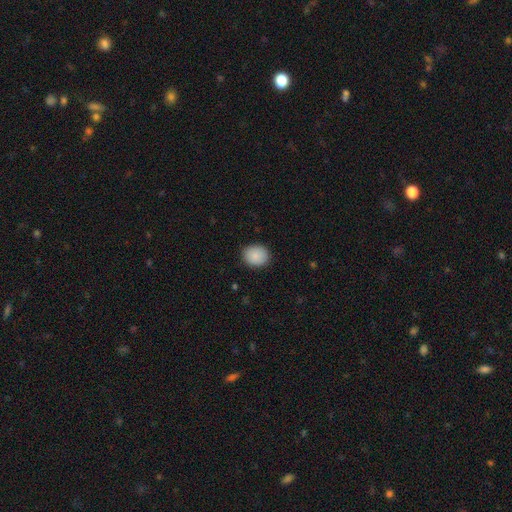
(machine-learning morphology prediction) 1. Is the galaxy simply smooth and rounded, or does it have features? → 89% smooth, 7% star or artifact, 4% featured or disk.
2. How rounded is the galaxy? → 61% round, 38% in between, 1% cigar-shaped.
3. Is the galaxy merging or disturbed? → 87% none, 10% minor disturbance, 2% major disturbance, 1% merger.